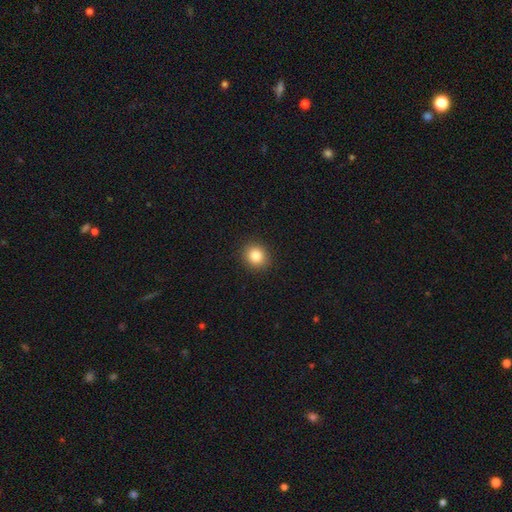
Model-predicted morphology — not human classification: Smooth or featured?
  - smooth: 84% *
  - star or artifact: 10%
  - featured or disk: 6%
How rounded?
  - round: 80% *
  - in between: 19%
  - cigar-shaped: 1%
Merging?
  - none: 92% *
  - minor disturbance: 5%
  - major disturbance: 2%
  - merger: 1%